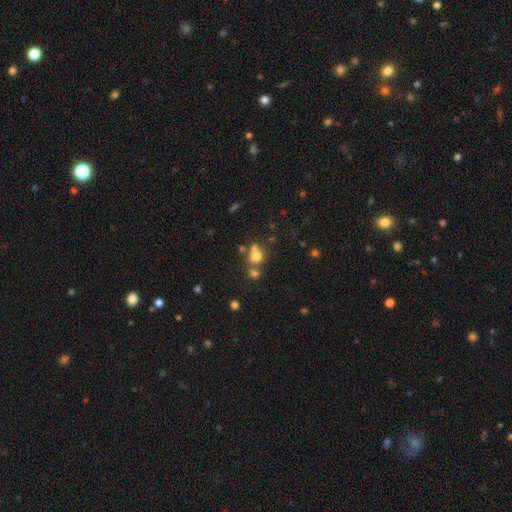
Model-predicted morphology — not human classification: smooth 71%, star or artifact 17%, featured or disk 12%. Down the decision tree: how rounded — round (84%); merging — none (50%).